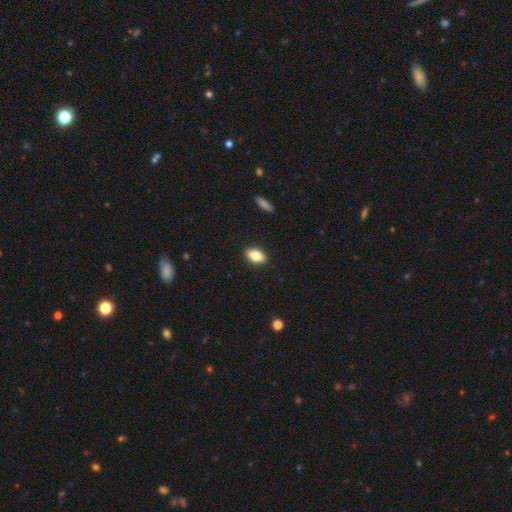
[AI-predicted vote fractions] Smooth or featured? Predicted: smooth (p=0.81). How rounded? Predicted: in between (p=0.90). Merging? Predicted: none (p=0.90).